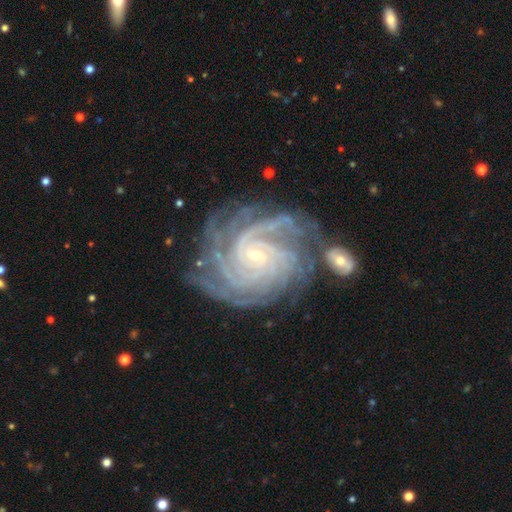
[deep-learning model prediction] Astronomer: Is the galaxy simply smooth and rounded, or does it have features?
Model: featured or disk — 93%.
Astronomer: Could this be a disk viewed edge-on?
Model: no — 98%.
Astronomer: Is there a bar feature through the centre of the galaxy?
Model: no — 58%.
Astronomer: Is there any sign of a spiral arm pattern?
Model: yes — 99%.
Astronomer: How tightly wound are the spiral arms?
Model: tight — 79%.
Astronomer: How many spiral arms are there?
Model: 4 — 34% (runner-up: more than 4, 27%).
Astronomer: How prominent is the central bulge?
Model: small — 87%.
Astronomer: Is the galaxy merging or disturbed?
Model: none — 67%.